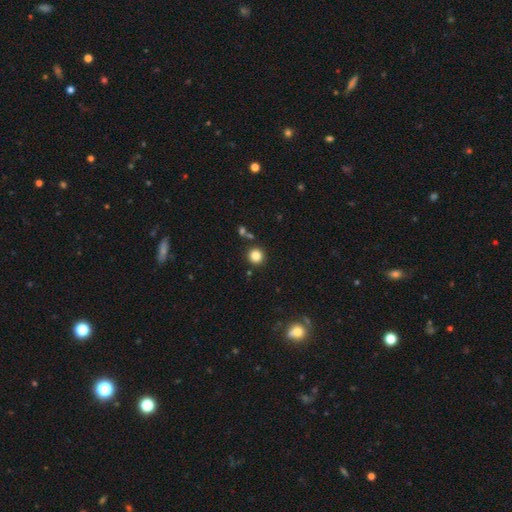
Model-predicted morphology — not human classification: smooth 85%, star or artifact 11%, featured or disk 4%. Down the decision tree: how rounded — round (94%); merging — none (87%).